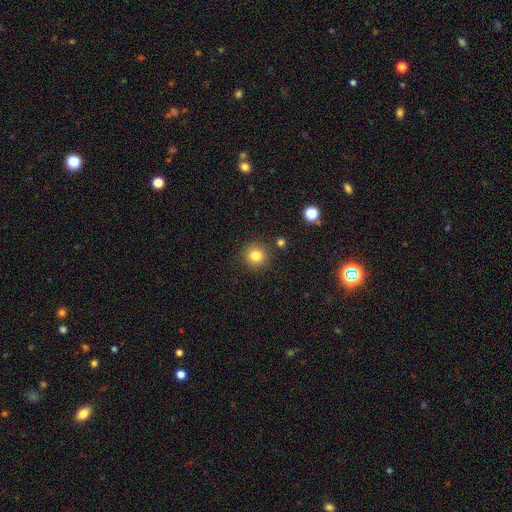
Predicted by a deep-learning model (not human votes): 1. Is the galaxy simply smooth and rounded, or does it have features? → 81% smooth, 12% star or artifact, 6% featured or disk.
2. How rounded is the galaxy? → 93% round, 6% in between, 1% cigar-shaped.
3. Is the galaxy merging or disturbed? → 87% none, 7% minor disturbance, 4% merger, 2% major disturbance.